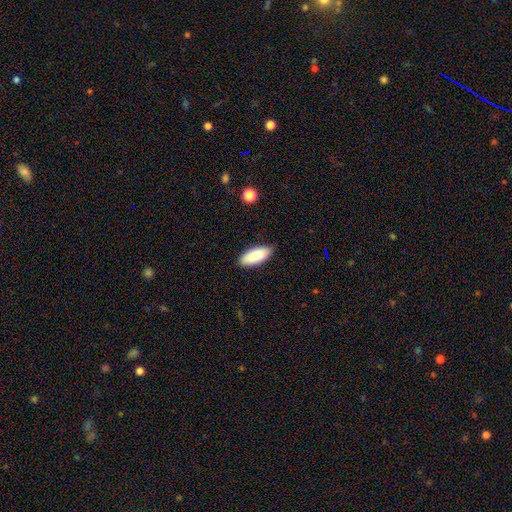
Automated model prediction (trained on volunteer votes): smooth-or-featured: smooth: 89% | star or artifact: 6% | featured or disk: 5%
  how-rounded: in between: 82% | cigar-shaped: 16% | round: 2%
  merging: none: 86% | minor disturbance: 11% | major disturbance: 2% | merger: 1%